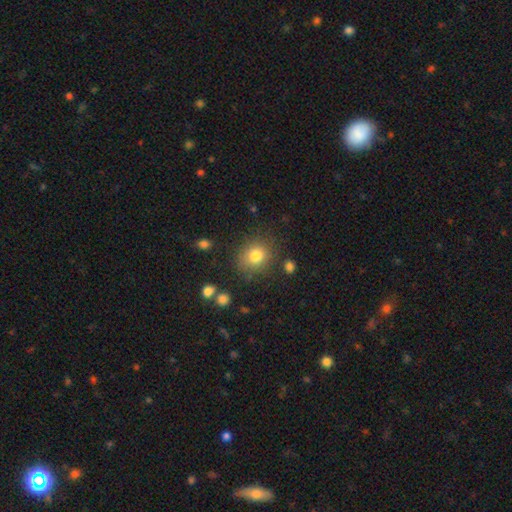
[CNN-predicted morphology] A smooth galaxy with no disk features (80%) that is round (75%).

Vote fractions:
- Smooth or featured? smooth: 80% / star or artifact: 11% / featured or disk: 8%
- How rounded? round: 75% / in between: 24% / cigar-shaped: 1%
- Merging? none: 81% / minor disturbance: 12% / major disturbance: 4% / merger: 3%